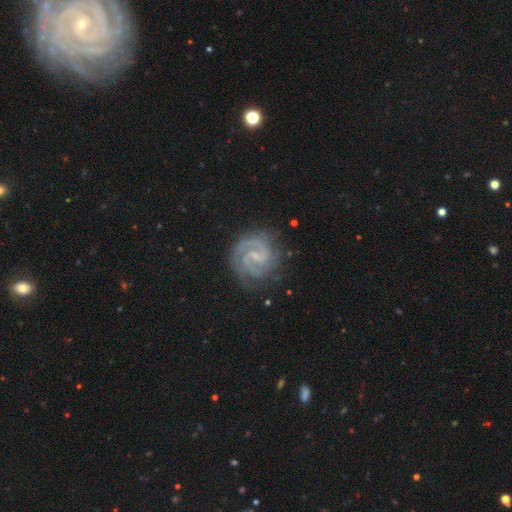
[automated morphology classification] A featured or disk galaxy (90%) with a weak bar (55%), 2 (81%) tight (54%) spiral arms (98%) and a small central bulge (67%). Merging: none (79%).